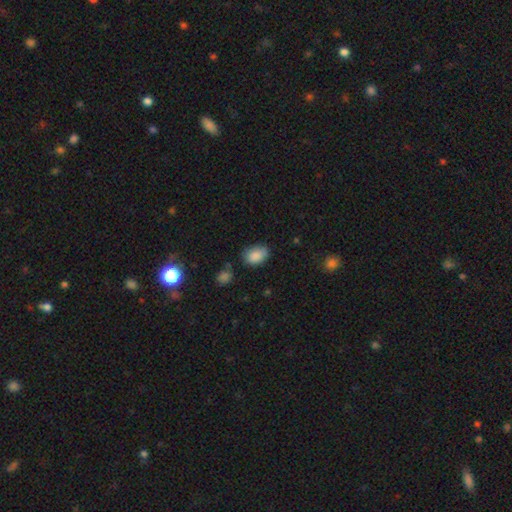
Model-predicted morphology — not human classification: type=smooth (87%); roundness=in between (82%); merging=none (71%).